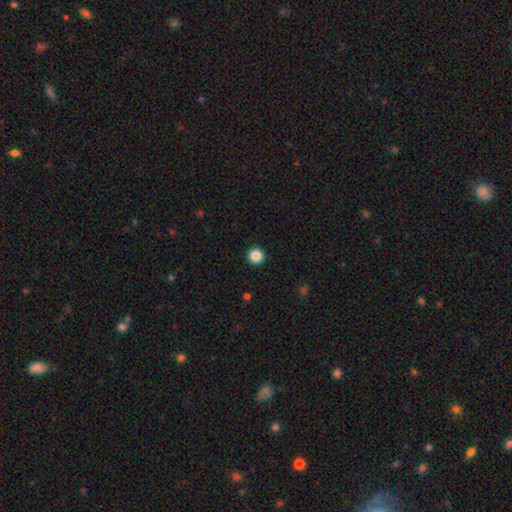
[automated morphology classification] Smooth or featured? smooth (87%)
How rounded? round (96%)
Merging? none (94%)